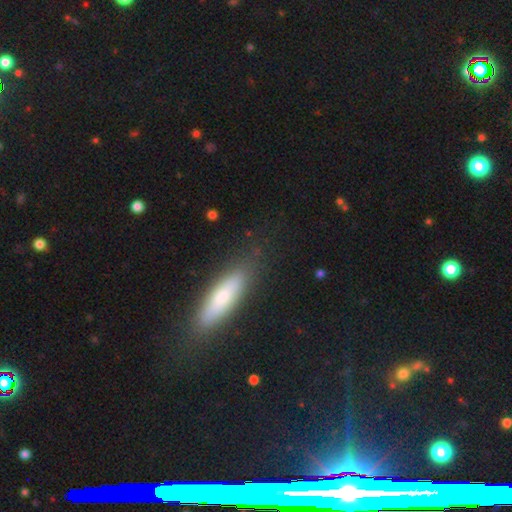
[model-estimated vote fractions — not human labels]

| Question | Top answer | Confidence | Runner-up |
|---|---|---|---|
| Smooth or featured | smooth | 59% | featured or disk (28%) |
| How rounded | cigar-shaped | 68% | in between (30%) |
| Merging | none | 81% | minor disturbance (13%) |